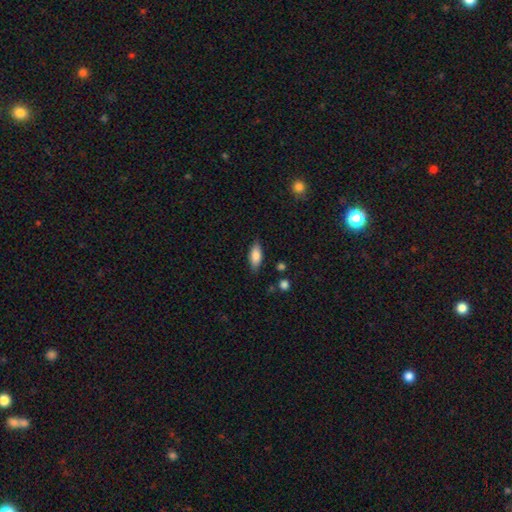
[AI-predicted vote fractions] Morphology: type=smooth (80%); roundness=in between (77%); merging=none (82%).